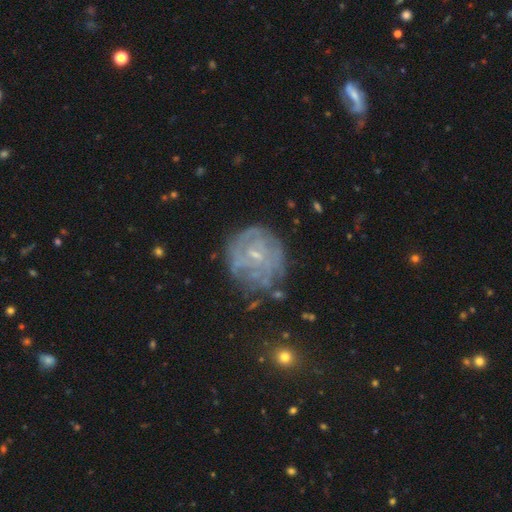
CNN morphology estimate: Q: Smooth or featured?
A: featured or disk (72%); runner-up: smooth (17%)
Q: Edge-on disk?
A: no (97%); runner-up: yes (3%)
Q: Bar?
A: no (56%); runner-up: weak (36%)
Q: Spiral arms?
A: yes (74%); runner-up: no (26%)
Q: Spiral winding?
A: tight (68%); runner-up: medium (23%)
Q: Spiral arm count?
A: can't tell (57%); runner-up: 2 (11%)
Q: Bulge size?
A: small (74%); runner-up: moderate (17%)
Q: Merging?
A: none (67%); runner-up: minor disturbance (20%)